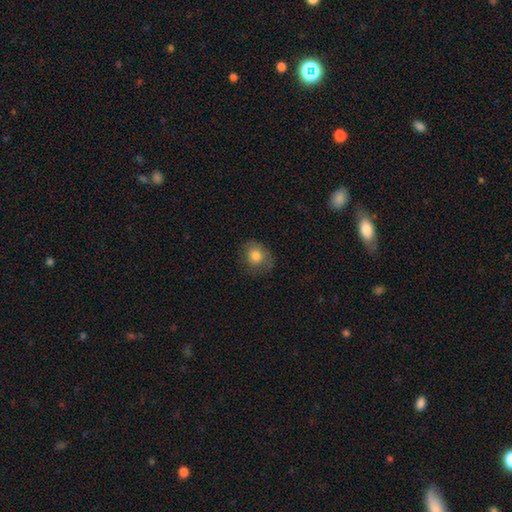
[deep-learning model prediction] This is likely a smooth galaxy (77%). How rounded: likely round (70%). Merging: likely none (68%).